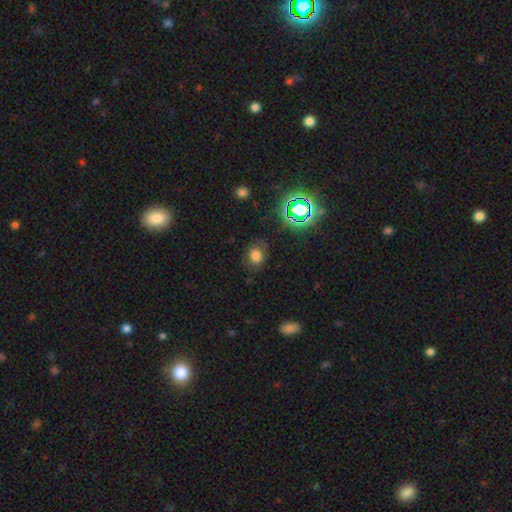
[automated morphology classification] Overall: smooth (68%). How rounded: in between (52%; round 46%). Merging: none (73%).